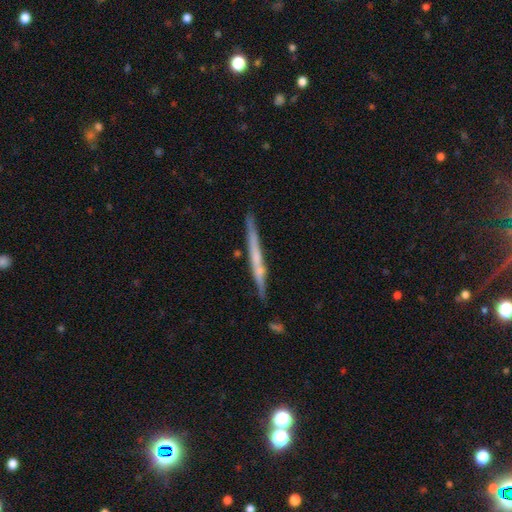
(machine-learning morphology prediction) This appears to be a featured or disk galaxy (56%) viewed edge-on (95%) with no central bulge (64%). Merging: none (85%).